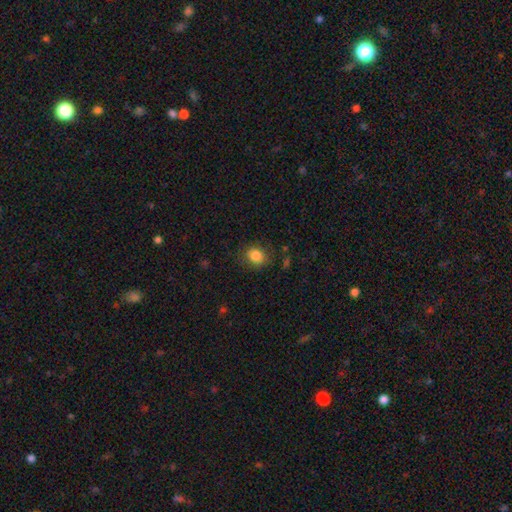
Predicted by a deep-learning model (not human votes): A smooth galaxy with no disk features (84%) that is round (66%). Merging: none (83%).